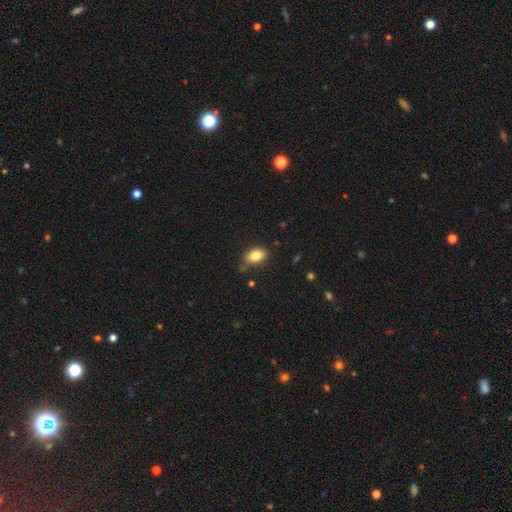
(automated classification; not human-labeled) Q: Smooth or featured?
A: smooth (82%); runner-up: featured or disk (9%)
Q: How rounded?
A: in between (83%); runner-up: round (16%)
Q: Merging?
A: none (79%); runner-up: minor disturbance (15%)